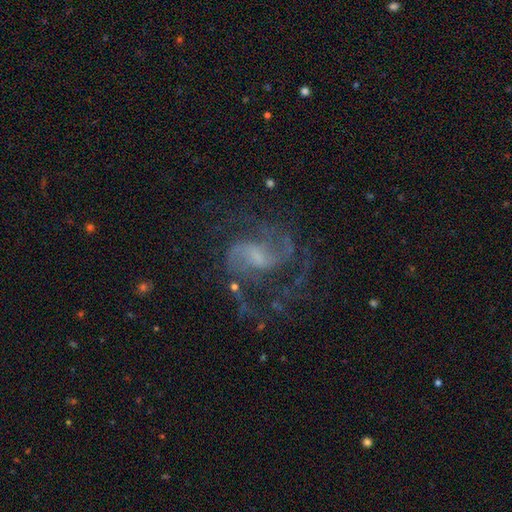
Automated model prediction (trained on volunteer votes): A featured or disk galaxy (86%) with a weak bar (54%), 2 (62%) medium (55%) spiral arms (95%) and a small central bulge (43%). Merging: none (59%).